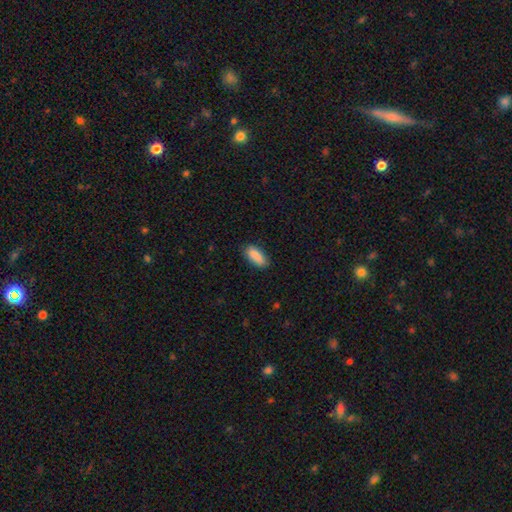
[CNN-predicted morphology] Overall: smooth (88%). How rounded: in between (81%). Merging: none (83%).